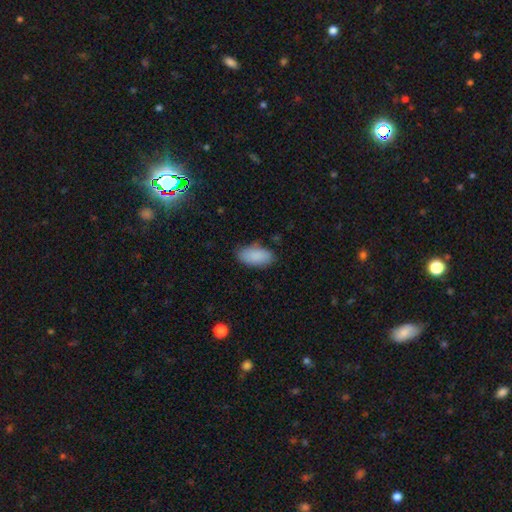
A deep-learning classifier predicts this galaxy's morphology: Q: Smooth or featured?
A: smooth (89%); runner-up: star or artifact (6%)
Q: How rounded?
A: in between (93%); runner-up: cigar-shaped (5%)
Q: Merging?
A: none (79%); runner-up: minor disturbance (16%)